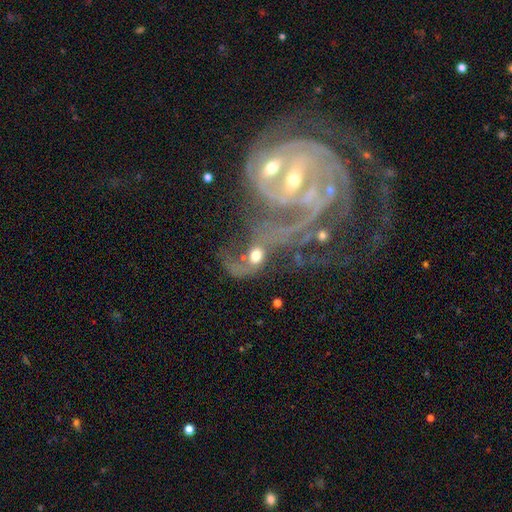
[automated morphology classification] Q: Smooth or featured?
A: featured or disk (58%); runner-up: smooth (29%)
Q: Edge-on disk?
A: no (96%); runner-up: yes (4%)
Q: Bar?
A: no (64%); runner-up: weak (25%)
Q: Spiral arms?
A: yes (77%); runner-up: no (23%)
Q: Bulge size?
A: moderate (49%); runner-up: small (22%)
Q: Merging?
A: merger (39%); runner-up: major disturbance (28%)